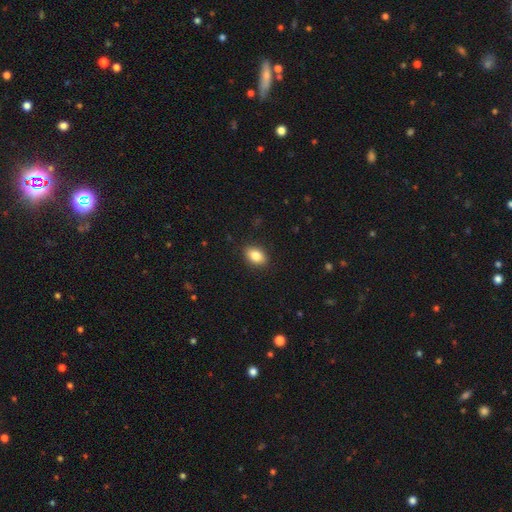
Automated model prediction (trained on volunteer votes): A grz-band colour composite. It shows a smooth galaxy with no disk features (85%) that is in between round and cigar-shaped (84%). Merging: none (89%).